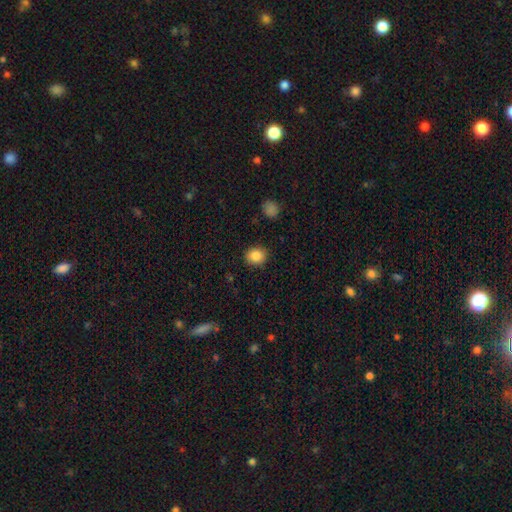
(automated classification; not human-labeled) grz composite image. It shows a smooth galaxy with no disk features (85%) that is round (69%). Merging: none (89%).